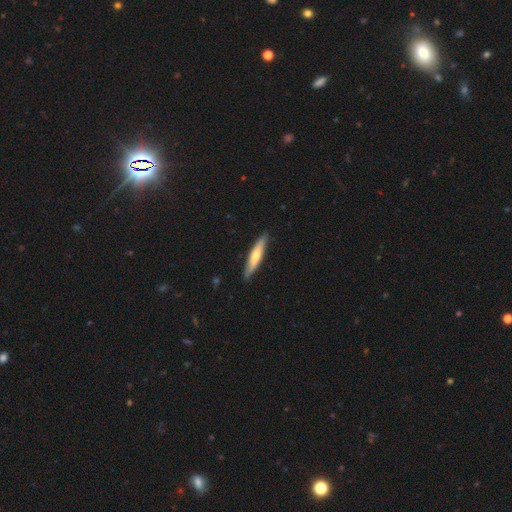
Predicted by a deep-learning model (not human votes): Smooth or featured? Predicted: smooth (p=0.56). How rounded? Predicted: cigar-shaped (p=0.88). Merging? Predicted: none (p=0.87).